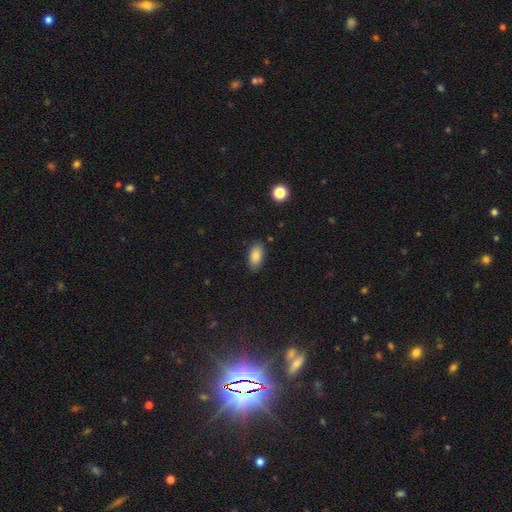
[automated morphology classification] The model was most divided on "merging": none: 84%, minor disturbance: 12%, major disturbance: 3%, merger: 1%. More confident: how rounded — in between (92%); smooth or featured — smooth (87%).